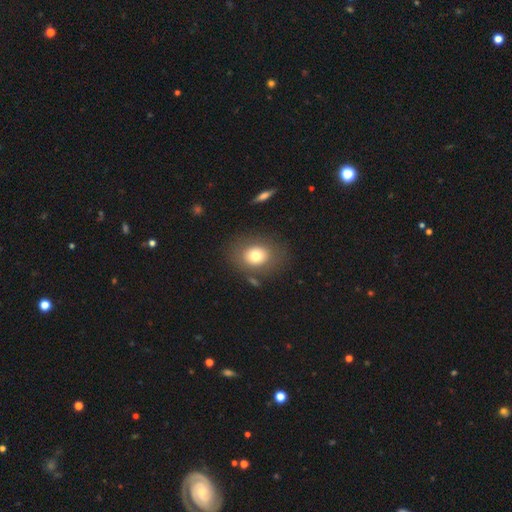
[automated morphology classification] A smooth galaxy with no disk features (73%) that is in between round and cigar-shaped (52%).

Vote fractions:
- Smooth or featured? smooth: 73% / featured or disk: 17% / star or artifact: 10%
- How rounded? in between: 52% / round: 47% / cigar-shaped: 1%
- Merging? none: 78% / minor disturbance: 12% / major disturbance: 6% / merger: 4%